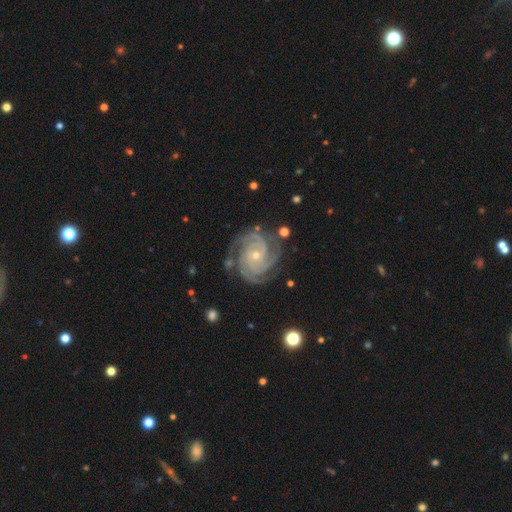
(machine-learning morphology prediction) Smooth or featured: featured or disk — 93% (star or artifact — 4%)
Edge-on disk: no — 98% (yes — 2%)
Bar: no — 70% (weak — 21%)
Spiral arms: yes — 99% (no — 1%)
Spiral winding: tight — 76% (medium — 21%)
Spiral arm count: 3 — 37% (4 — 29%)
Bulge size: small — 73% (moderate — 24%)
Merging: none — 77% (minor disturbance — 16%)